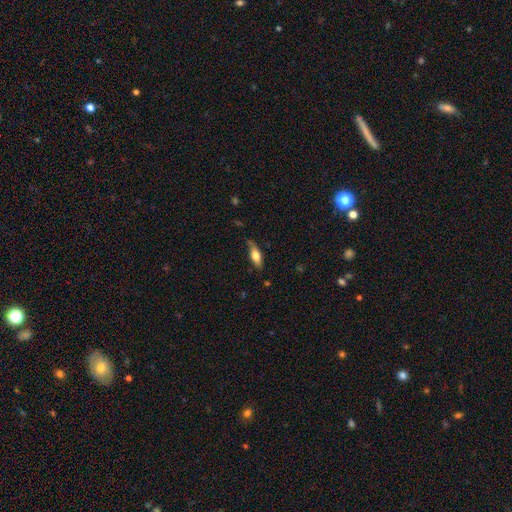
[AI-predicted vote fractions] smooth-or-featured: smooth: 62% | featured or disk: 31% | star or artifact: 7%
  how-rounded: in between: 68% | cigar-shaped: 29% | round: 3%
  merging: none: 65% | minor disturbance: 26% | major disturbance: 7% | merger: 3%